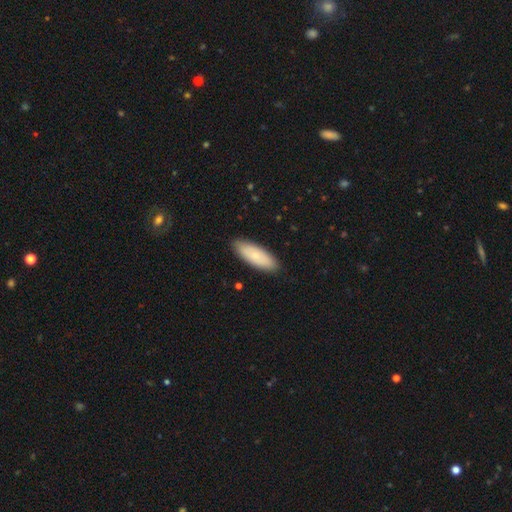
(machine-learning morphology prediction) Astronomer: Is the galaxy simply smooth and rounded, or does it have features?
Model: smooth — 76%.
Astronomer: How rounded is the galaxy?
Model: in between — 70%.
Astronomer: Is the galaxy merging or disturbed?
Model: none — 88%.